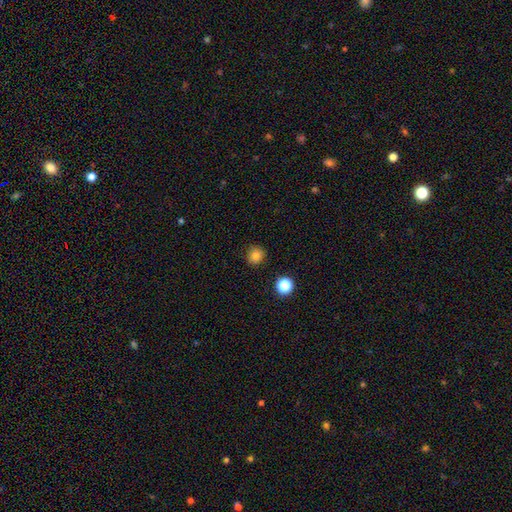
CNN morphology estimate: type=smooth (82%); roundness=round (89%); merging=none (89%).